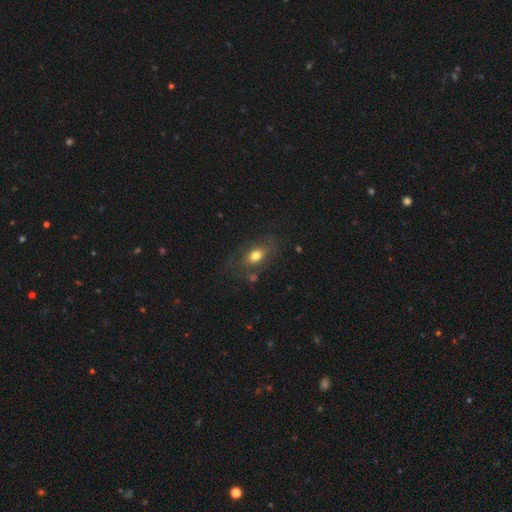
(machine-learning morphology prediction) Smooth or featured? smooth (68%)
How rounded? in between (77%)
Merging? none (67%)